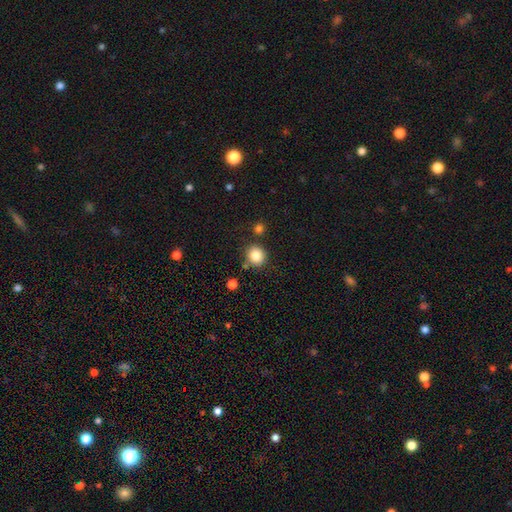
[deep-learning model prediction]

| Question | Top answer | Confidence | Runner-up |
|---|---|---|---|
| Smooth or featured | smooth | 84% | star or artifact (10%) |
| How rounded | round | 84% | in between (16%) |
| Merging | none | 80% | minor disturbance (9%) |